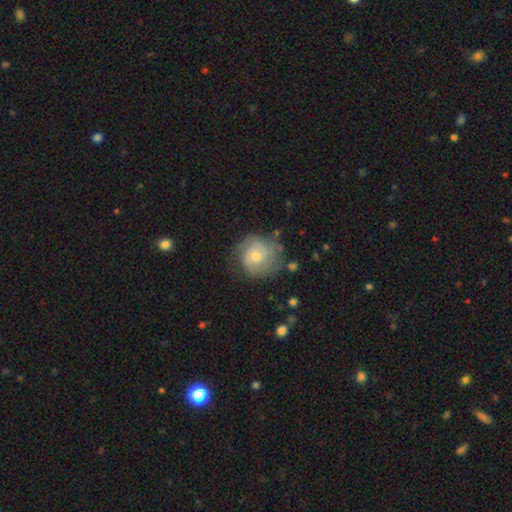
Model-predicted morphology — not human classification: A featured or disk galaxy (54%) with no bar (78%), spiral arms (80%) and a moderate central bulge (51%).

Vote fractions:
- Smooth or featured? featured or disk: 54% / smooth: 38% / star or artifact: 8%
- Edge-on disk? no: 97% / yes: 3%
- Bar? no: 78% / weak: 19% / strong: 3%
- Spiral arms? yes: 80% / no: 20%
- Bulge size? moderate: 51% / small: 44% / large: 3% / none: 2% / dominant: 1%
- Merging? none: 67% / minor disturbance: 21% / major disturbance: 9% / merger: 2%